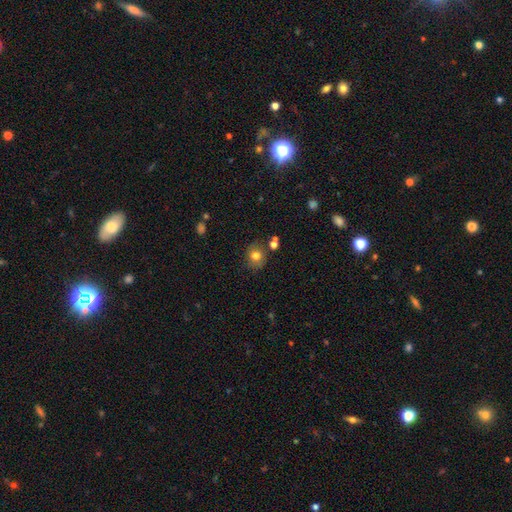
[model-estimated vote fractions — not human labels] A smooth galaxy with no disk features (78%) that is round (76%).

Vote fractions:
- Smooth or featured? smooth: 78% / star or artifact: 12% / featured or disk: 10%
- How rounded? round: 76% / in between: 23% / cigar-shaped: 1%
- Merging? none: 78% / minor disturbance: 13% / merger: 6% / major disturbance: 4%